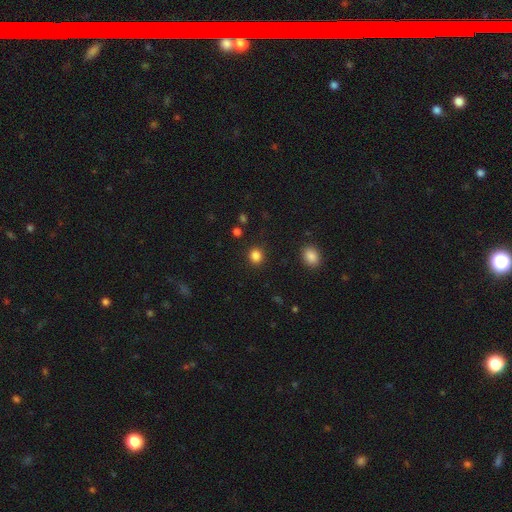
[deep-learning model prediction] Smooth or featured? smooth (85%)
How rounded? round (80%)
Merging? none (90%)